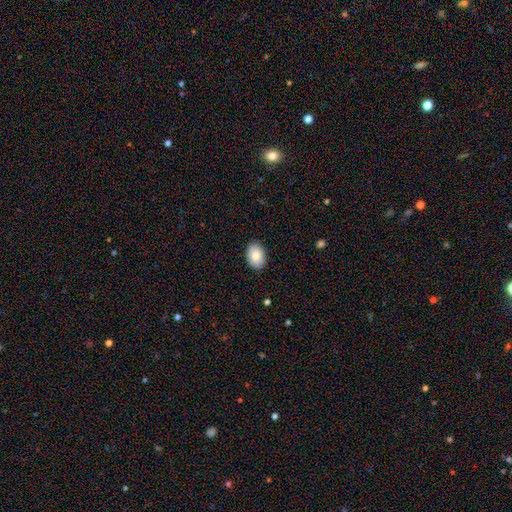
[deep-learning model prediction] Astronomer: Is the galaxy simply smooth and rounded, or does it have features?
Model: smooth — 82%.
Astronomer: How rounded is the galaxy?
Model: in between — 83%.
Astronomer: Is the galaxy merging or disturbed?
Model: none — 88%.